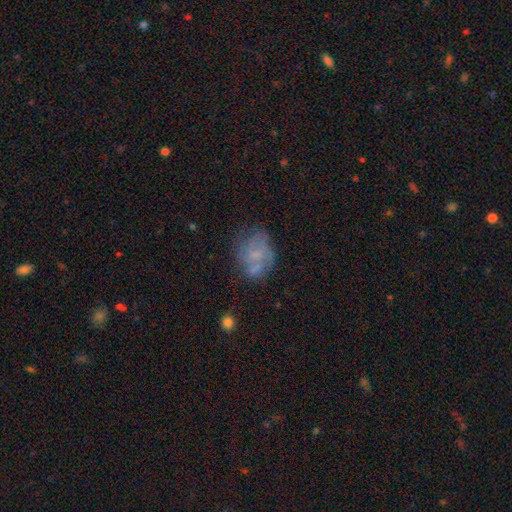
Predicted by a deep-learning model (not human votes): Smooth or featured: featured or disk — 47% (smooth — 41%)
Merging: none — 51% (minor disturbance — 25%)